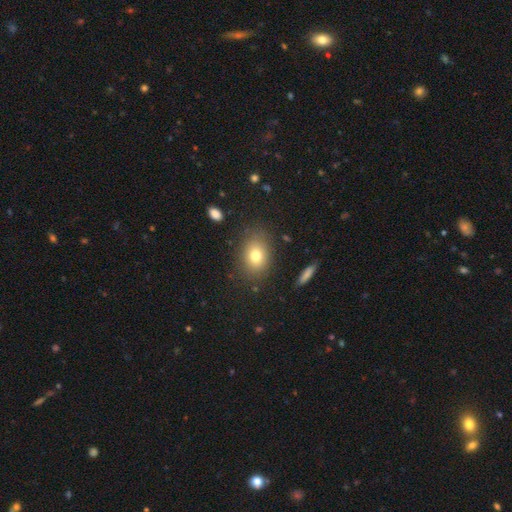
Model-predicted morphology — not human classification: A smooth galaxy with no disk features (76%) that is in between round and cigar-shaped (68%). Merging: none (82%).